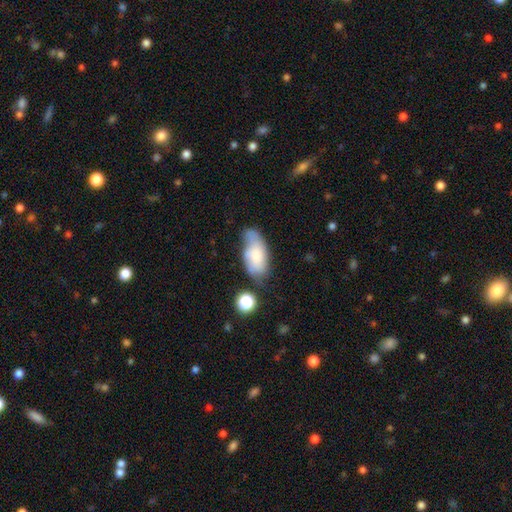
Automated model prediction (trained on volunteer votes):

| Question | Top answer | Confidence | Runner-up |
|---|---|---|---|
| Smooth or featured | smooth | 63% | featured or disk (28%) |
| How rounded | in between | 90% | cigar-shaped (6%) |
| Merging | none | 40% | minor disturbance (34%) |